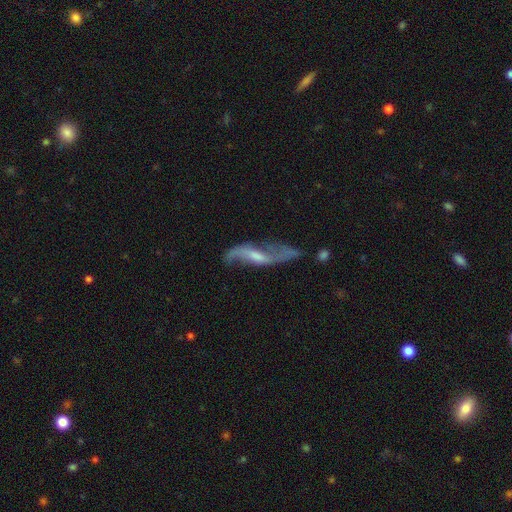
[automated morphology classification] A featured or disk galaxy (82%) with a weak bar (48%), 2 (91%) loose (86%) spiral arms (92%) and a moderate central bulge (40%). Merging: none (57%).